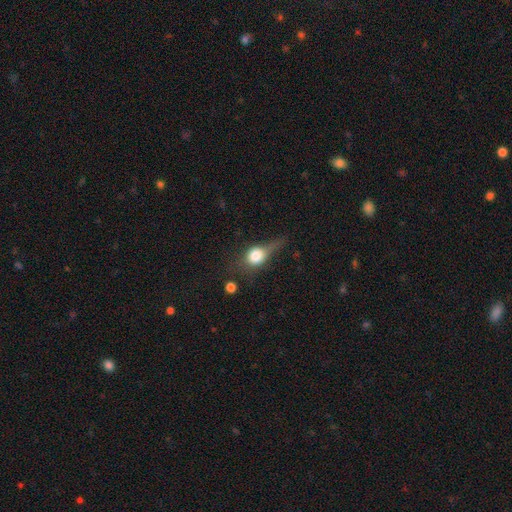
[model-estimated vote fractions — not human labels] smooth_or_featured: smooth (p=0.63) [alt: featured or disk p=0.26]
how_rounded: round (p=0.59) [alt: in between p=0.35]
merging: none (p=0.38) [alt: minor disturbance p=0.29]